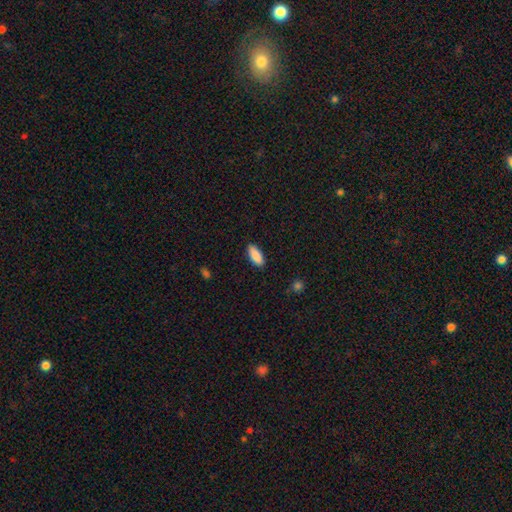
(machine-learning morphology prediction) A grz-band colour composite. It shows a smooth galaxy with no disk features (88%) that is in between round and cigar-shaped (81%). Merging: none (87%).